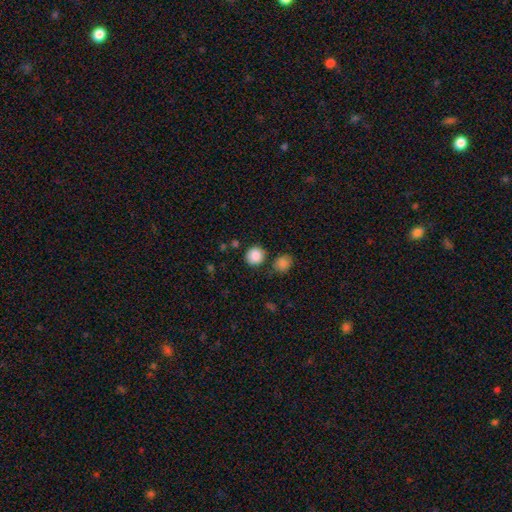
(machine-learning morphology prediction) This appears to be a smooth galaxy with no disk features (88%) that is round (90%). Merging: none (82%).